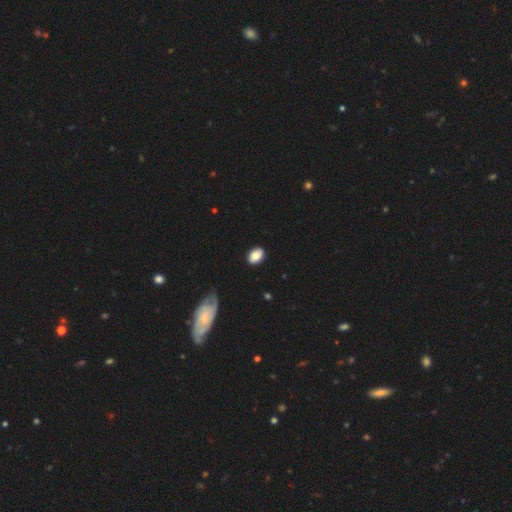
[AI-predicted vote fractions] This is clearly a smooth galaxy (82%). How rounded: likely in between (79%). Merging: clearly none (86%).